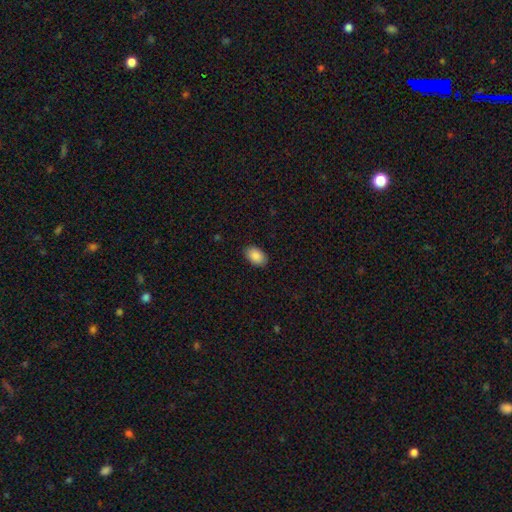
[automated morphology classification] Smooth or featured? Predicted: smooth (p=0.89). How rounded? Predicted: in between (p=0.89). Merging? Predicted: none (p=0.89).